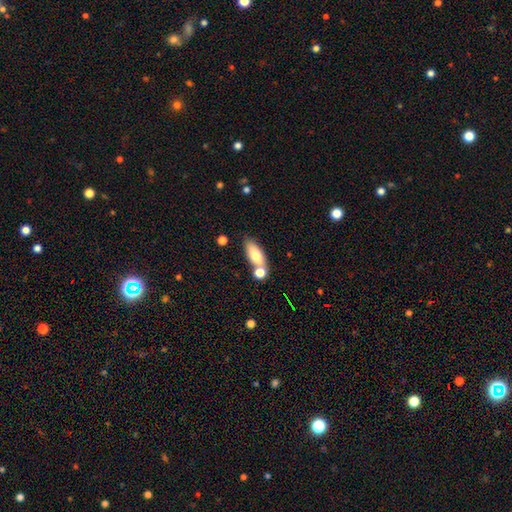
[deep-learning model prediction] smooth 75%, featured or disk 17%, star or artifact 8%. Down the decision tree: how rounded — in between (76%); merging — none (58%).